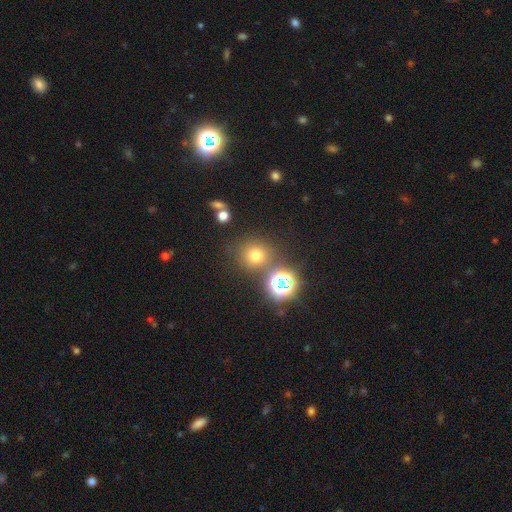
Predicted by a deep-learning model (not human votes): A smooth galaxy with no disk features (69%) that is round (88%). Merging: none (78%).